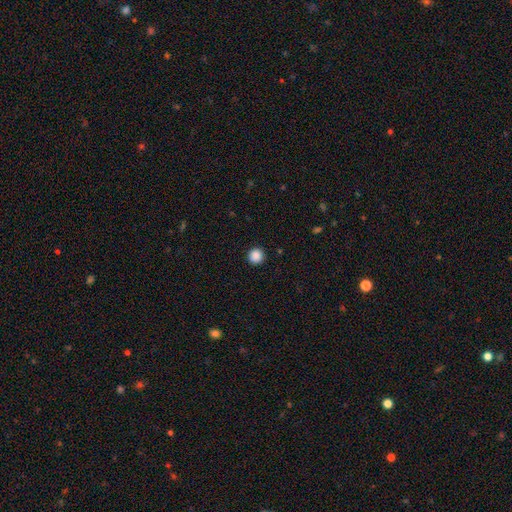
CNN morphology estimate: A smooth galaxy with no disk features (88%) that is round (95%).

Vote fractions:
- Smooth or featured? smooth: 88% / star or artifact: 10% / featured or disk: 2%
- How rounded? round: 95% / in between: 4% / cigar-shaped: 1%
- Merging? none: 93% / minor disturbance: 5% / major disturbance: 2% / merger: 1%